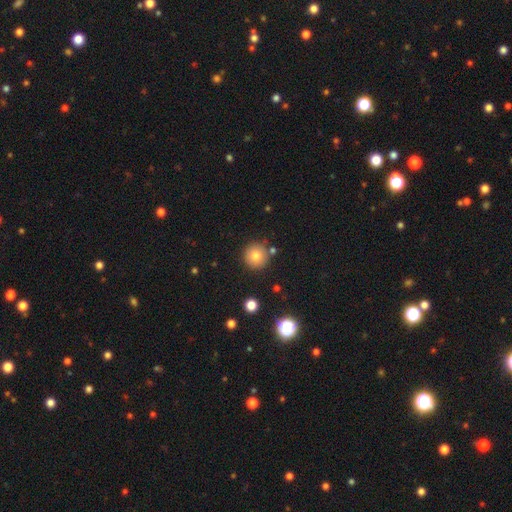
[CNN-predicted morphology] Smooth or featured: smooth — 79% (star or artifact — 11%)
How rounded: round — 95% (in between — 4%)
Merging: none — 84% (minor disturbance — 8%)